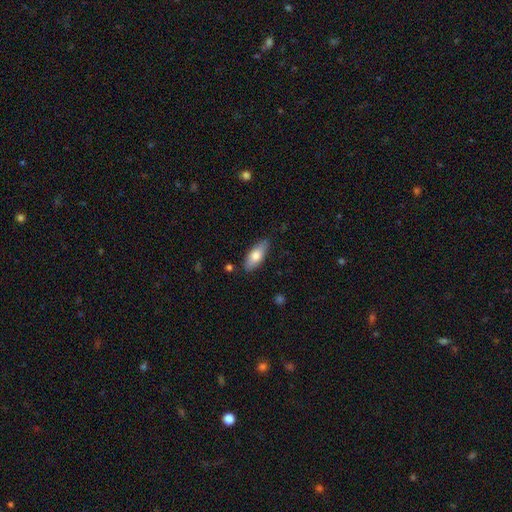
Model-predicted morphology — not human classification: Smooth or featured? smooth (74%)
How rounded? in between (78%)
Merging? none (82%)